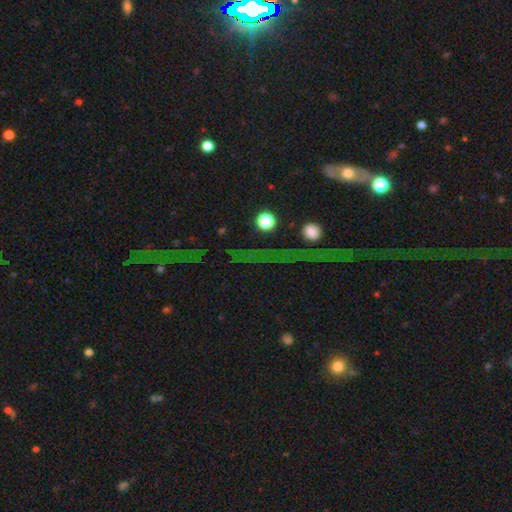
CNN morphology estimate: The model was most divided on "smooth or featured": star or artifact: 69%, smooth: 16%, featured or disk: 15%.